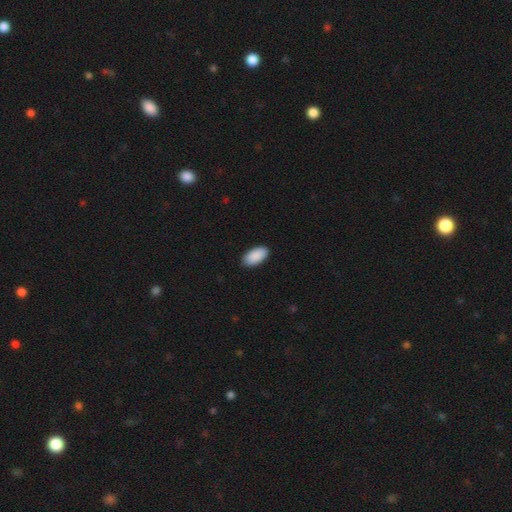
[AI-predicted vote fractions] smooth 92%, star or artifact 6%, featured or disk 3%. Down the decision tree: how rounded — in between (96%); merging — none (90%).